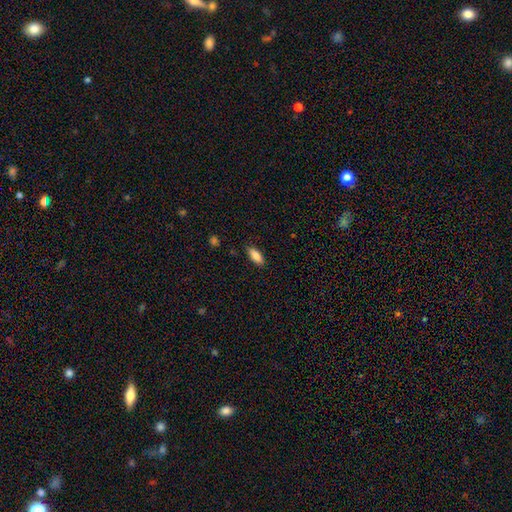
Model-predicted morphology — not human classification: A smooth galaxy with no disk features (85%) that is in between round and cigar-shaped (83%). Merging: none (85%).